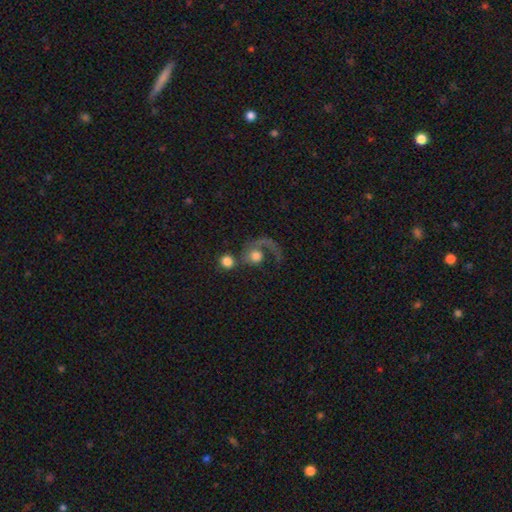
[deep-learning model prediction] This appears to be a smooth galaxy with no disk features (45%, tied with featured or disk). Merging: major disturbance (37%).